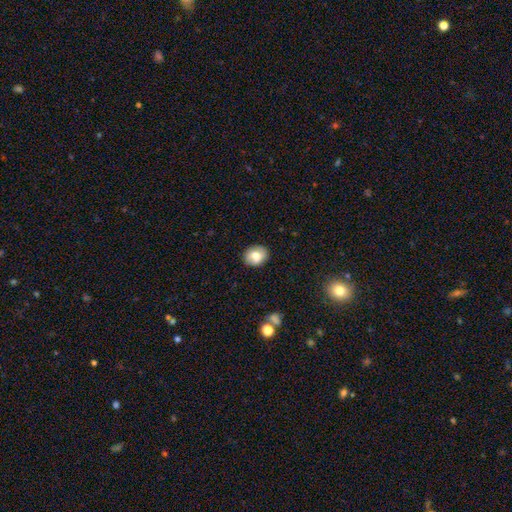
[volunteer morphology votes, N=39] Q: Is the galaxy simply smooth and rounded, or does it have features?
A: smooth — 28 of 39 (72%).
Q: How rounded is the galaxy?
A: round — 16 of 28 (57%).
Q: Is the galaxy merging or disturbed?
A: none — 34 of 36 (94%).